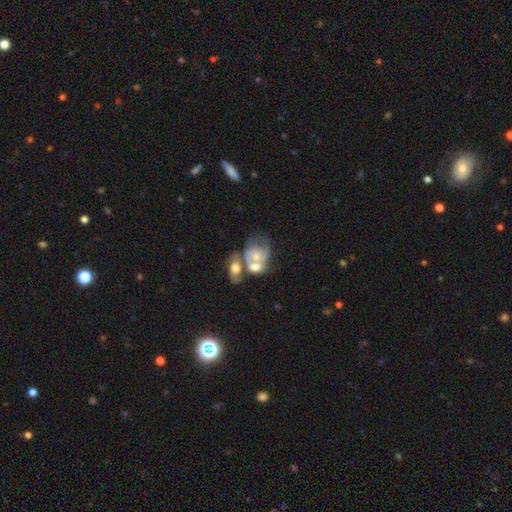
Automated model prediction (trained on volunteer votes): Overall: featured or disk (52%; smooth 41%). Edge-on disk: no (96%). Merging: merger (64%).